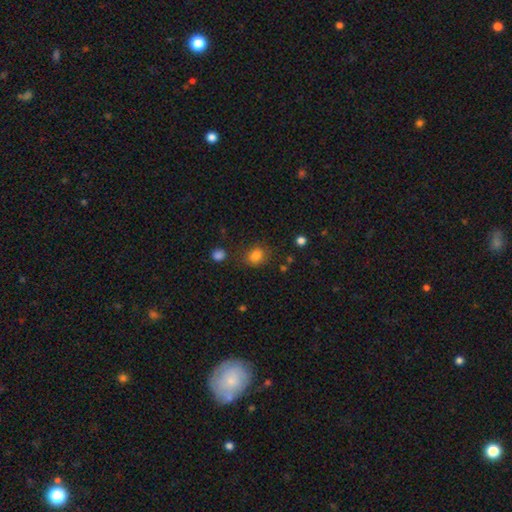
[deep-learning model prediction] This is clearly a smooth galaxy (82%). How rounded: likely round (61%). Merging: likely none (76%).